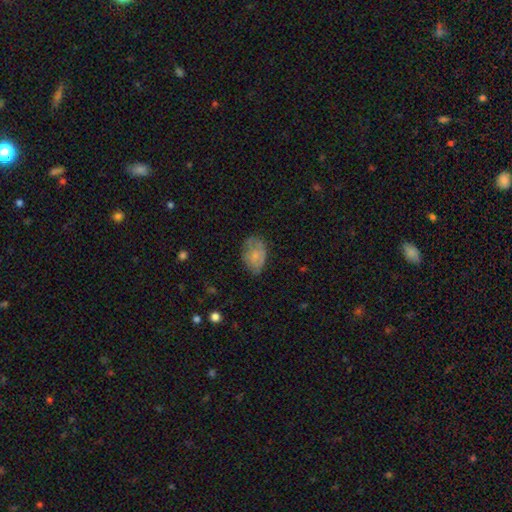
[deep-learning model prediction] The model was most divided on "merging": none: 58%, minor disturbance: 30%, major disturbance: 10%, merger: 2%. More confident: how rounded — in between (86%); smooth or featured — smooth (66%).